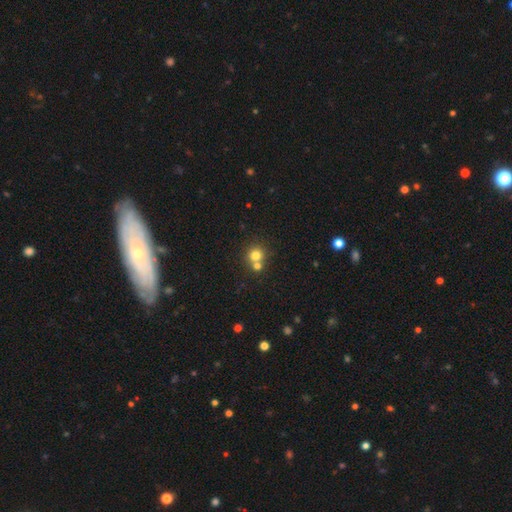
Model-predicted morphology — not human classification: This appears to be a smooth galaxy with no disk features (76%) that is round (89%). Merging: none (52%).